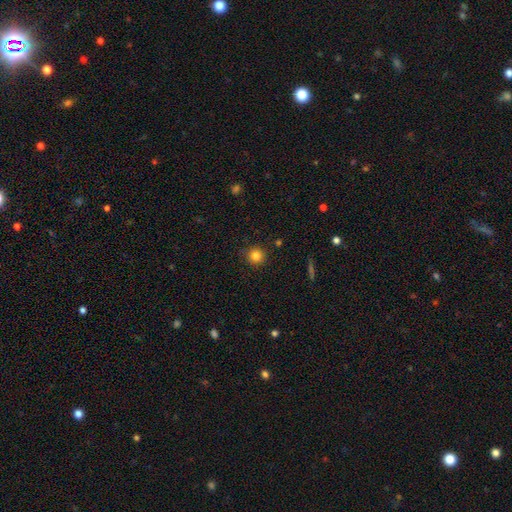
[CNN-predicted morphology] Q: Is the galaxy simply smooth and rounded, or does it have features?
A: smooth — 82%.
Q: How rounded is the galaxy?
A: round — 94%.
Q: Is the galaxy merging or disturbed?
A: none — 88%.